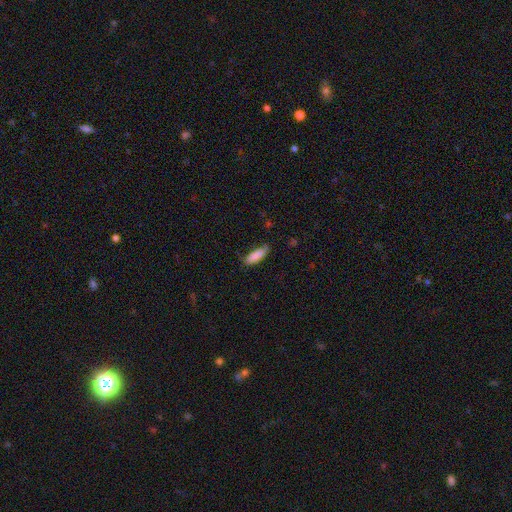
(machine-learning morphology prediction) smooth 87%, star or artifact 7%, featured or disk 7%. Down the decision tree: how rounded — in between (54%); merging — none (71%).